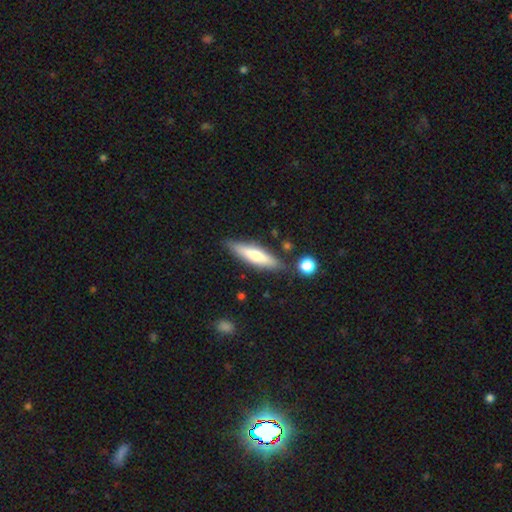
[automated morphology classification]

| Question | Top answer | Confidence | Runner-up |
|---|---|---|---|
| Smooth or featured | smooth | 56% | featured or disk (38%) |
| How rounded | cigar-shaped | 73% | in between (25%) |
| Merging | none | 81% | minor disturbance (12%) |